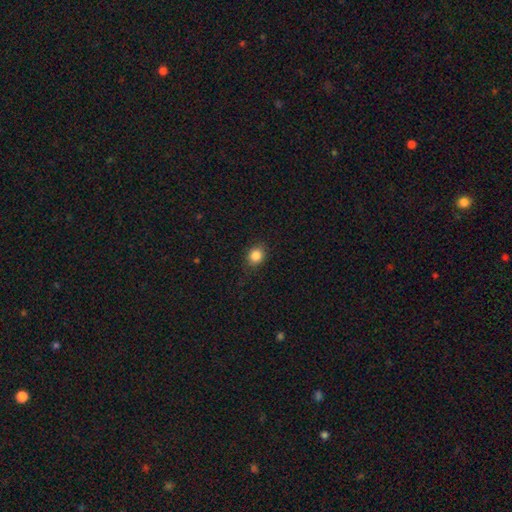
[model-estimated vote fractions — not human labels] The model was most divided on "how rounded": round: 67%, in between: 31%, cigar-shaped: 1%. More confident: smooth or featured — smooth (85%); merging — none (85%).